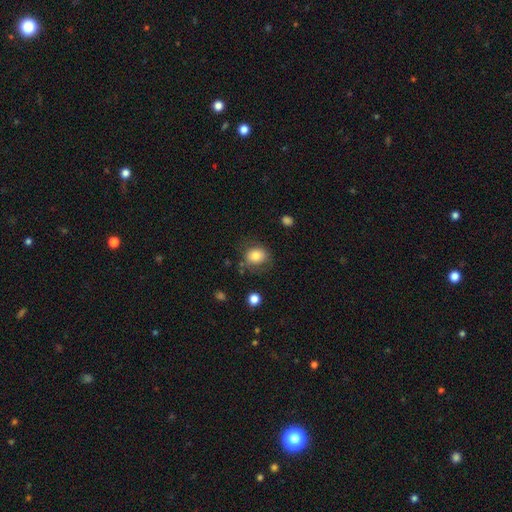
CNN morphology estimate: A smooth galaxy with no disk features (79%) that is round (61%).

Vote fractions:
- Smooth or featured? smooth: 79% / featured or disk: 11% / star or artifact: 10%
- How rounded? round: 61% / in between: 38% / cigar-shaped: 1%
- Merging? none: 67% / minor disturbance: 20% / major disturbance: 9% / merger: 3%